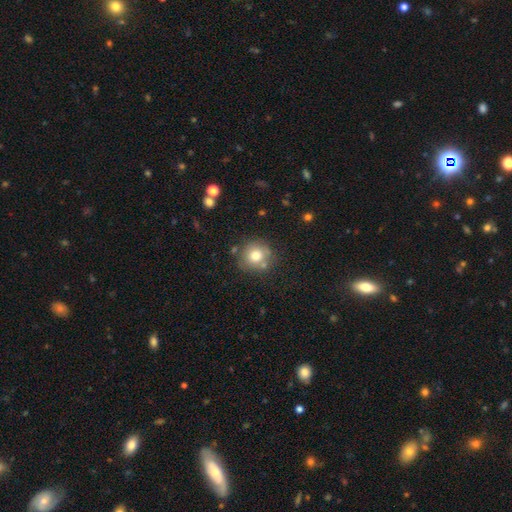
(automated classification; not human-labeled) A smooth galaxy with no disk features (75%) that is round (89%). Merging: none (73%).